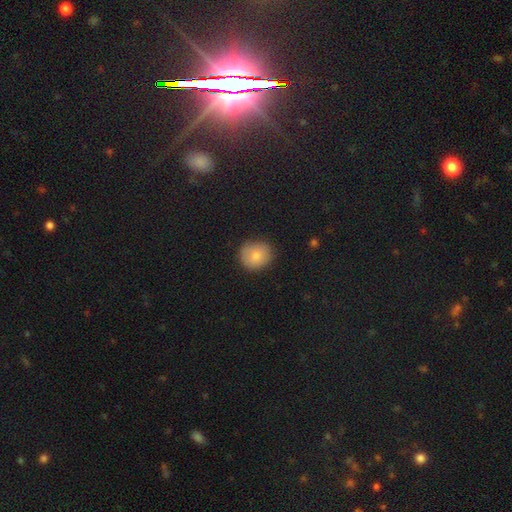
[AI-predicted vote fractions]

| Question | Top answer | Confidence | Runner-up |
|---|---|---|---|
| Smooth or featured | smooth | 81% | featured or disk (10%) |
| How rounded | round | 81% | in between (18%) |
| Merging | none | 80% | minor disturbance (15%) |